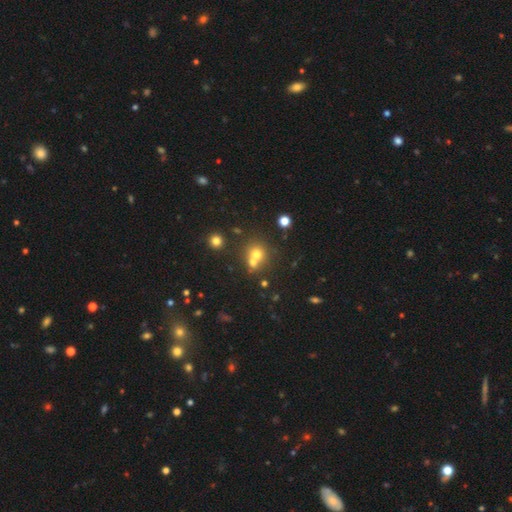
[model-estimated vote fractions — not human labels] smooth 67%, star or artifact 17%, featured or disk 15%. Down the decision tree: how rounded — round (81%); merging — merger (50%).